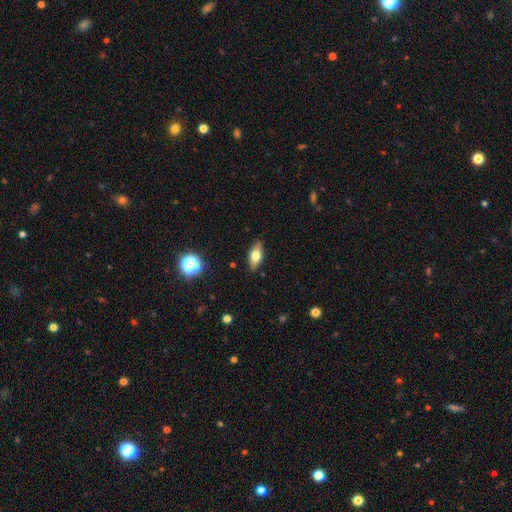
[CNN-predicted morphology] A smooth galaxy with no disk features (66%) that is in between round and cigar-shaped (81%).

Vote fractions:
- Smooth or featured? smooth: 66% / featured or disk: 26% / star or artifact: 8%
- How rounded? in between: 81% / cigar-shaped: 13% / round: 5%
- Merging? none: 86% / minor disturbance: 11% / major disturbance: 2% / merger: 1%